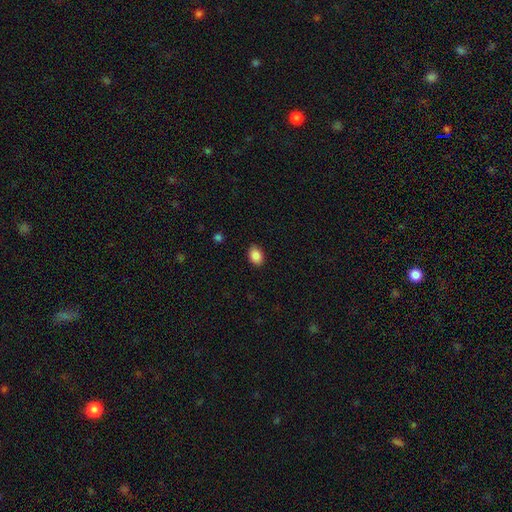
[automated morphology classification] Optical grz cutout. It shows a smooth galaxy with no disk features (88%) that is in between round and cigar-shaped (79%). Merging: none (87%).